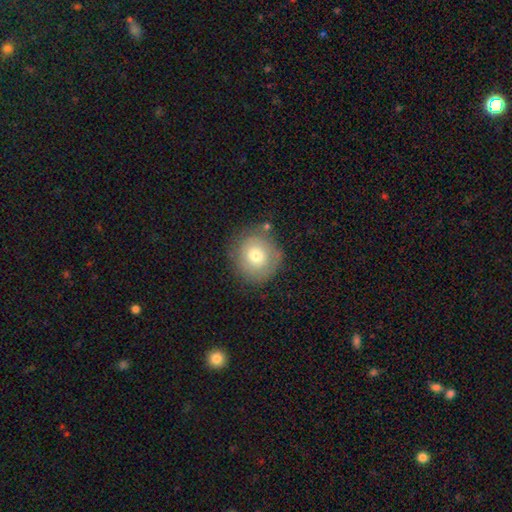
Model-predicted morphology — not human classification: smooth_or_featured: smooth (p=0.67) [alt: featured or disk p=0.25]
how_rounded: round (p=0.89) [alt: in between p=0.10]
merging: none (p=0.76) [alt: minor disturbance p=0.15]